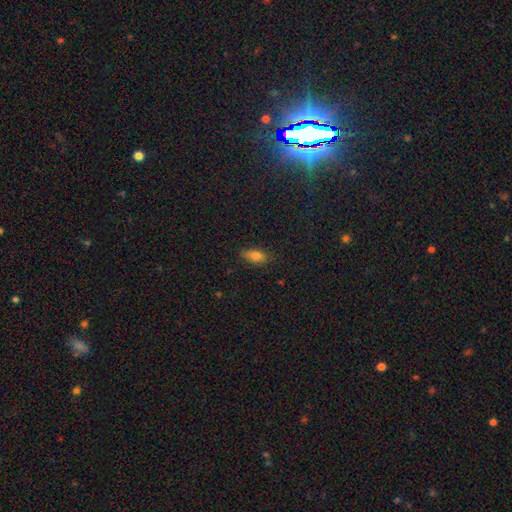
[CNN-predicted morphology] Smooth or featured: smooth — 79% (star or artifact — 11%)
How rounded: in between — 84% (cigar-shaped — 12%)
Merging: none — 80% (minor disturbance — 16%)